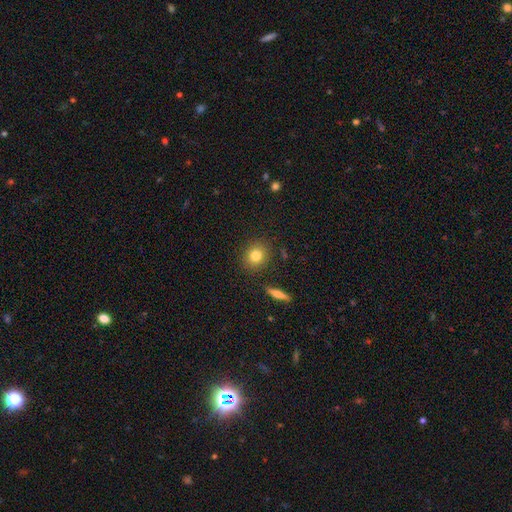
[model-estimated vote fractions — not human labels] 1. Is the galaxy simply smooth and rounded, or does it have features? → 80% smooth, 10% star or artifact, 9% featured or disk.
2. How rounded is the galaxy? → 79% round, 20% in between, 2% cigar-shaped.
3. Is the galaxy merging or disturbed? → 88% none, 8% minor disturbance, 2% major disturbance, 2% merger.